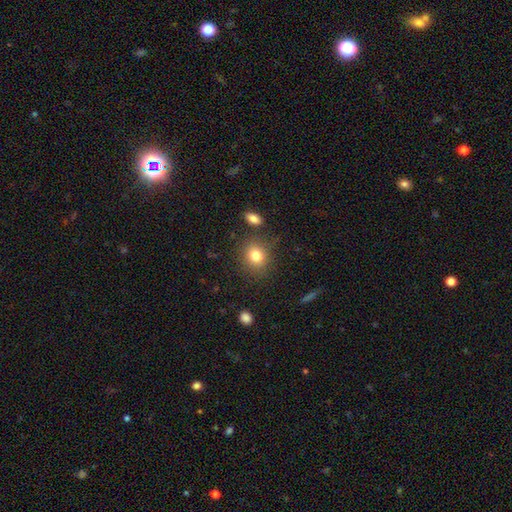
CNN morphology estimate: Smooth or featured?
  - smooth: 81% *
  - star or artifact: 11%
  - featured or disk: 8%
How rounded?
  - round: 73% *
  - in between: 26%
  - cigar-shaped: 1%
Merging?
  - none: 83% *
  - minor disturbance: 10%
  - major disturbance: 3%
  - merger: 3%